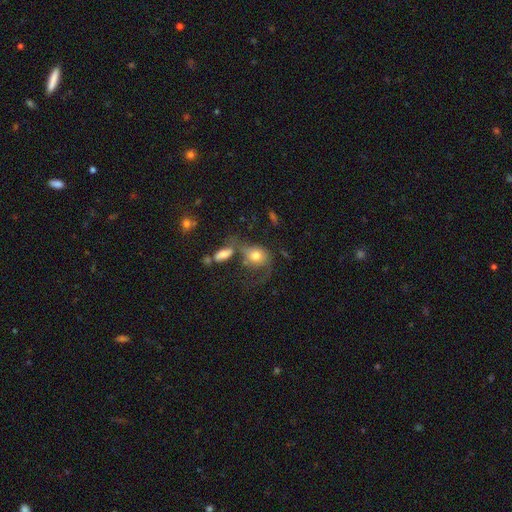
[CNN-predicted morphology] This is likely a smooth galaxy (63%). How rounded: possibly in between (51%). Merging: marginally major disturbance (33%).